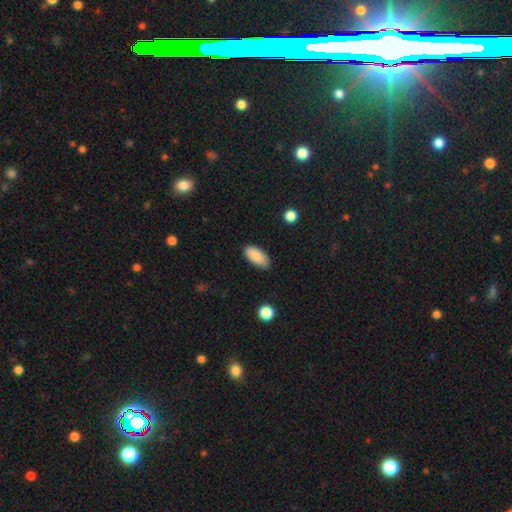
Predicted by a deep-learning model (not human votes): smooth_or_featured: smooth (p=0.88) [alt: star or artifact p=0.07]
how_rounded: in between (p=0.90) [alt: cigar-shaped p=0.08]
merging: none (p=0.82) [alt: minor disturbance p=0.14]